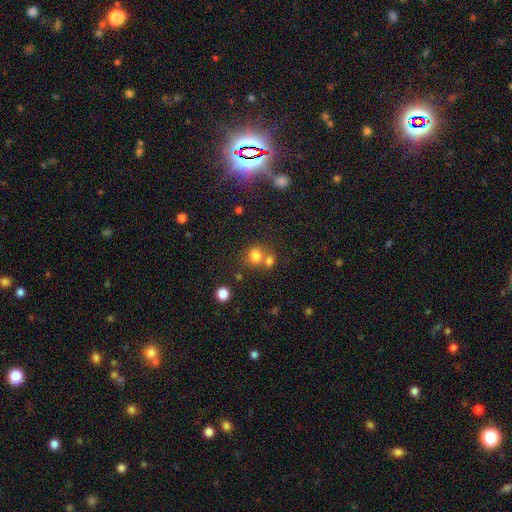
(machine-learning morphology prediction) type=smooth (77%); roundness=round (77%); merging=none (49%).